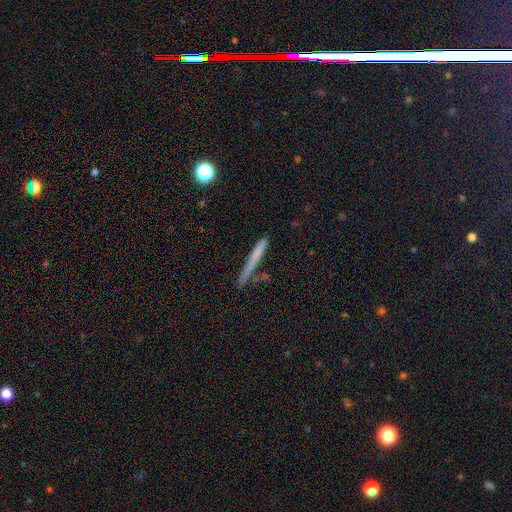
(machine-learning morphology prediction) A smooth galaxy with no disk features (63%) that is cigar-shaped (95%). Merging: none (71%).